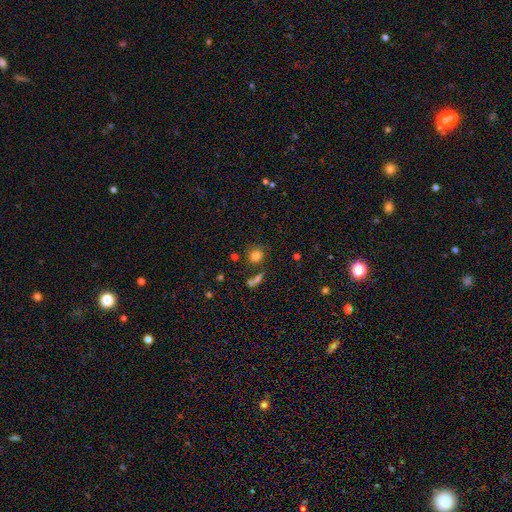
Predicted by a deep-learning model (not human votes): This is clearly a smooth galaxy (80%). How rounded: clearly round (82%). Merging: likely none (72%).